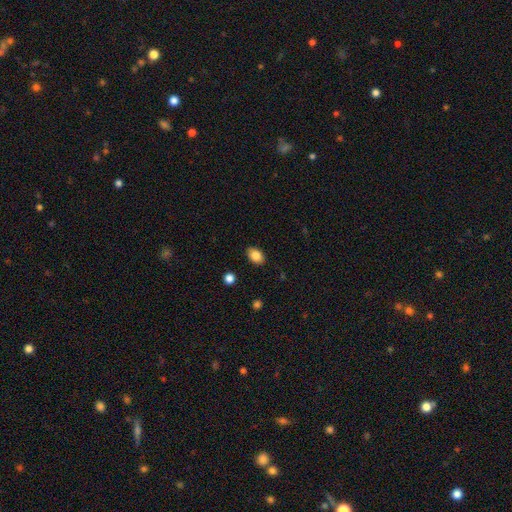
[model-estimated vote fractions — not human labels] This is clearly a smooth galaxy (85%). How rounded: clearly in between (82%). Merging: clearly none (88%).